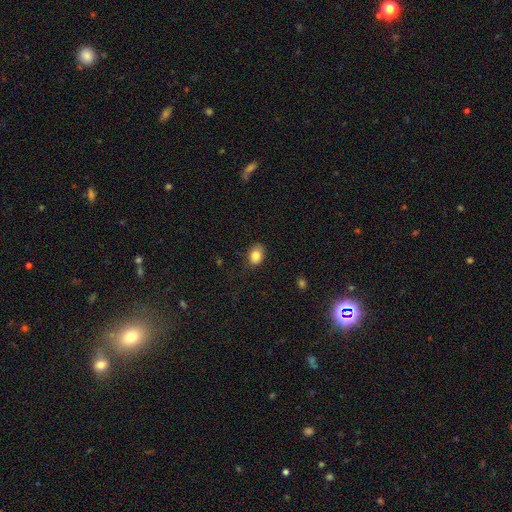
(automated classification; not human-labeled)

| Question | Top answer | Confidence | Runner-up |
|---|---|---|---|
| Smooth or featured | smooth | 83% | star or artifact (8%) |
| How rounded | in between | 77% | round (22%) |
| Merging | none | 77% | minor disturbance (18%) |